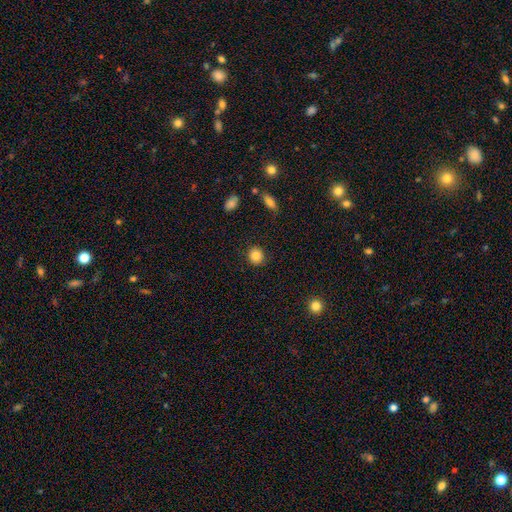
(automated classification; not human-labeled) A smooth galaxy with no disk features (86%) that is round (88%).

Vote fractions:
- Smooth or featured? smooth: 86% / star or artifact: 10% / featured or disk: 5%
- How rounded? round: 88% / in between: 11% / cigar-shaped: 1%
- Merging? none: 90% / minor disturbance: 6% / major disturbance: 2% / merger: 1%